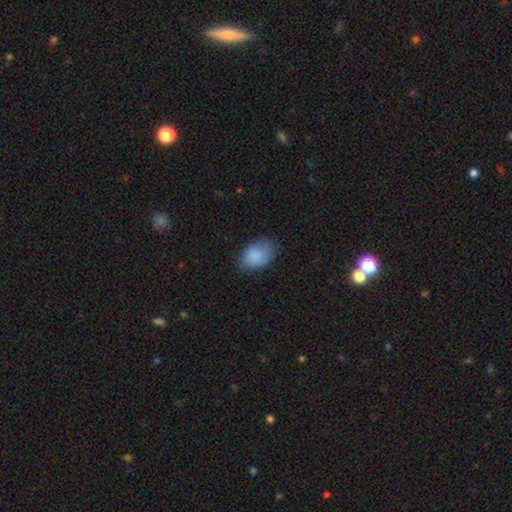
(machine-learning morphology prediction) Overall: smooth (86%). How rounded: in between (79%). Merging: none (68%).